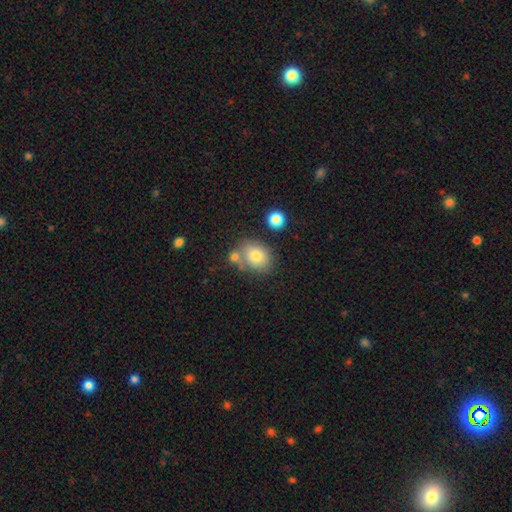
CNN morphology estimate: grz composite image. It shows a smooth galaxy with no disk features (77%) that is in between round and cigar-shaped (56%). Merging: none (58%).